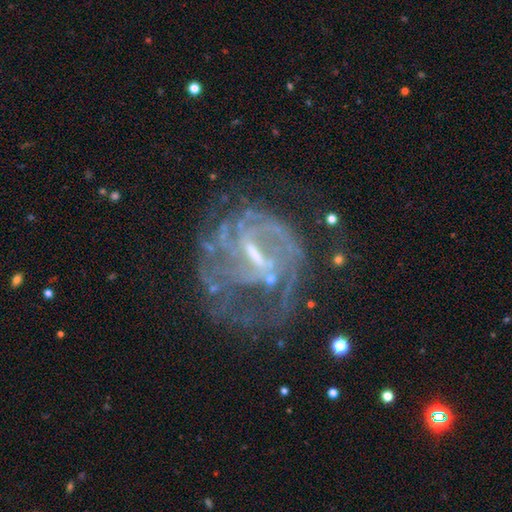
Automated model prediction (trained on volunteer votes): This is clearly a featured or disk galaxy (87%). It is clearly not viewed edge-on (97%). Bar: possibly weak (50%). Spiral arm pattern: clearly yes (91%). Spiral arm count: marginally can't tell (35%). Spiral winding: marginally tight (45%). Central bulge: marginally small (43%). Merging: possibly none (50%).